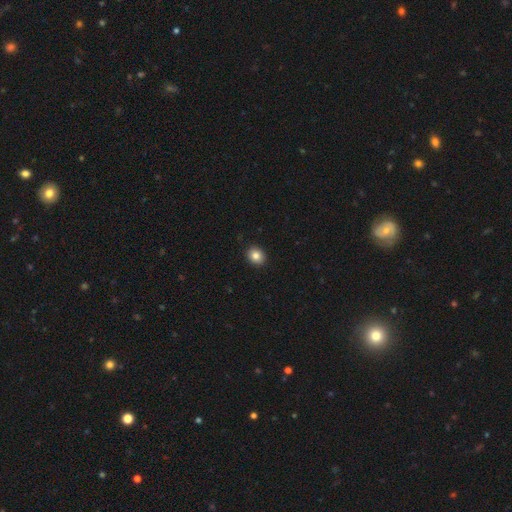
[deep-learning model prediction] Smooth or featured? Predicted: smooth (p=0.84). How rounded? Predicted: round (p=0.68). Merging? Predicted: none (p=0.92).